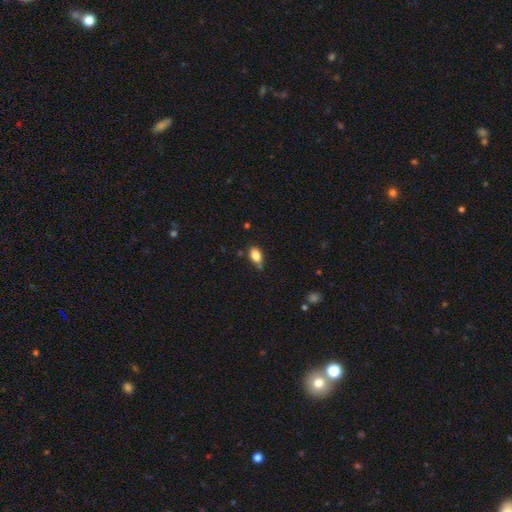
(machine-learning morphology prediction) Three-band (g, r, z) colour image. It shows a smooth galaxy with no disk features (84%) that is in between round and cigar-shaped (87%). Merging: none (65%).